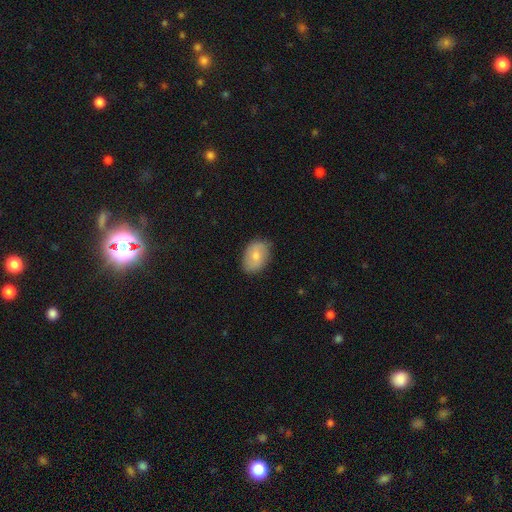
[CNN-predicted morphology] smooth-or-featured: smooth: 70% | featured or disk: 24% | star or artifact: 7%
  how-rounded: in between: 80% | round: 19% | cigar-shaped: 1%
  merging: none: 79% | minor disturbance: 17% | major disturbance: 3% | merger: 1%